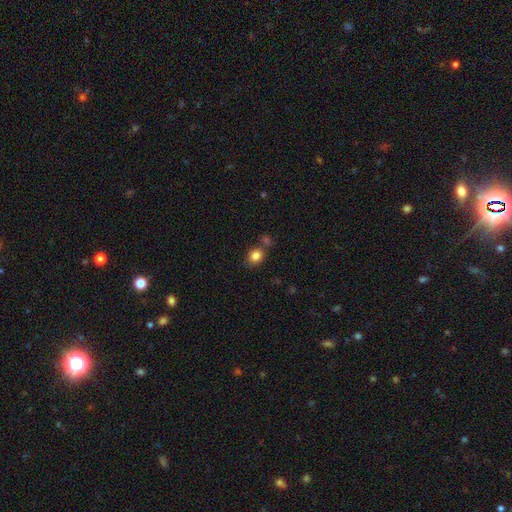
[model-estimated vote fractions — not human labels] Smooth or featured: smooth — 83% (star or artifact — 10%)
How rounded: round — 66% (in between — 33%)
Merging: none — 67% (merger — 17%)